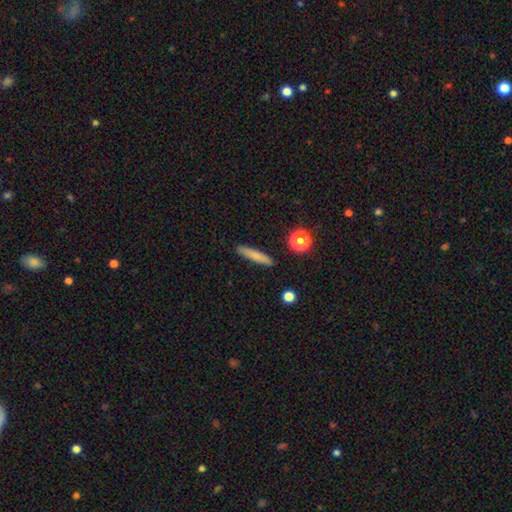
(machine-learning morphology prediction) Overall: smooth (75%). How rounded: cigar-shaped (90%). Merging: none (90%).